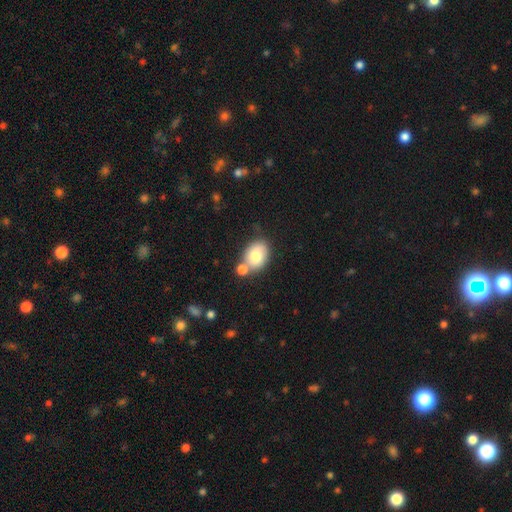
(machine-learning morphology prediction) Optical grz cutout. It shows a smooth galaxy with no disk features (78%) that is in between round and cigar-shaped (73%). Merging: none (55%).